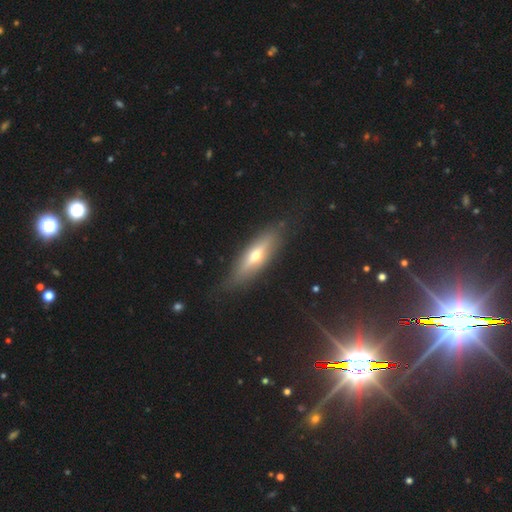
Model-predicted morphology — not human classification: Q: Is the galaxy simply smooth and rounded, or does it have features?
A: featured or disk — 55%.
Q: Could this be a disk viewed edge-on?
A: yes — 81%.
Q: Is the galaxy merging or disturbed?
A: none — 82%.